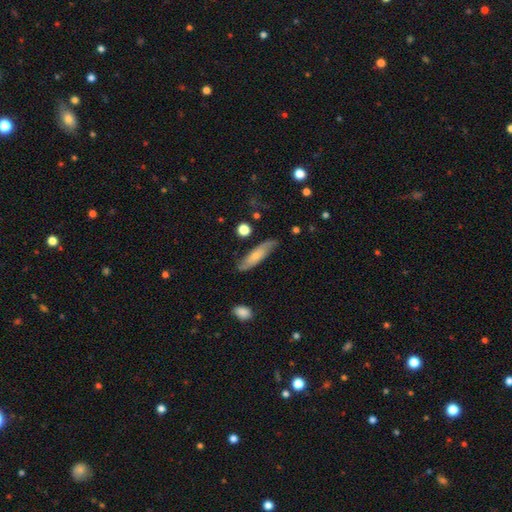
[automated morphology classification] smooth 53%, featured or disk 41%, star or artifact 6%. Down the decision tree: how rounded — cigar-shaped (65%); merging — none (73%).